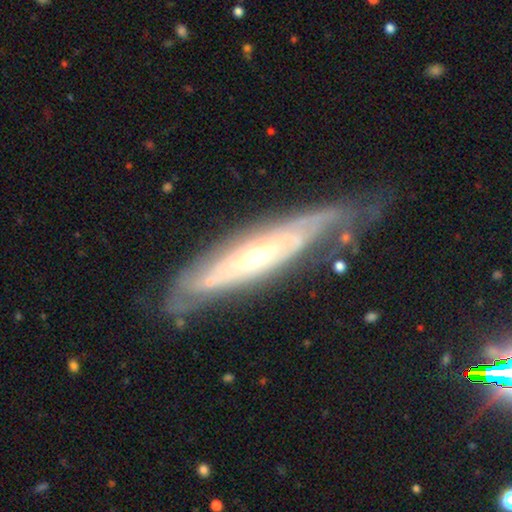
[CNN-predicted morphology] smooth_or_featured: featured or disk (p=0.81) [alt: smooth p=0.13]
disk_edge_on: no (p=0.62) [alt: yes p=0.38]
merging: none (p=0.63) [alt: minor disturbance p=0.24]